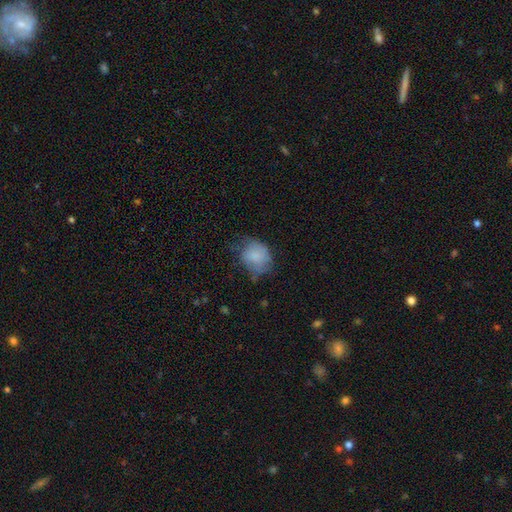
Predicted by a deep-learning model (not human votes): This appears to be a smooth galaxy with no disk features (75%) that is round (60%). Merging: none (44%).